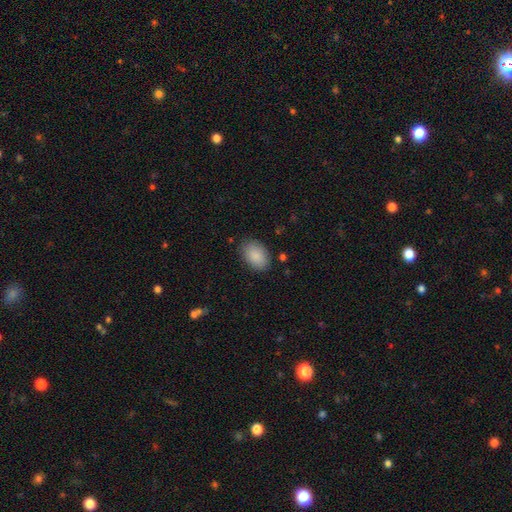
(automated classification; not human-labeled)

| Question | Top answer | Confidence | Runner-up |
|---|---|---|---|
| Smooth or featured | smooth | 88% | star or artifact (7%) |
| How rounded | in between | 88% | round (11%) |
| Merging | none | 83% | minor disturbance (12%) |